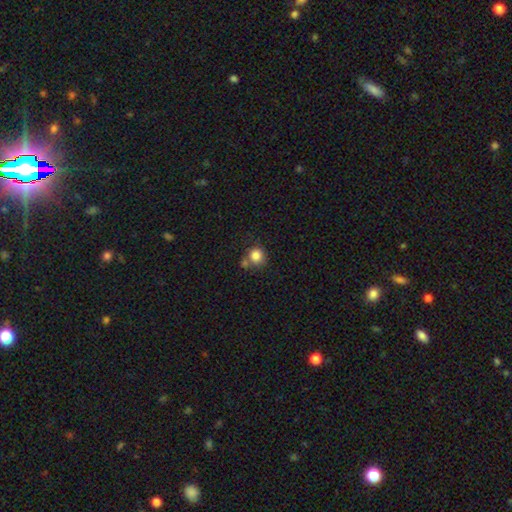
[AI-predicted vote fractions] A smooth galaxy with no disk features (84%) that is round (89%).

Vote fractions:
- Smooth or featured? smooth: 84% / star or artifact: 10% / featured or disk: 6%
- How rounded? round: 89% / in between: 10% / cigar-shaped: 1%
- Merging? none: 60% / merger: 22% / minor disturbance: 13% / major disturbance: 4%